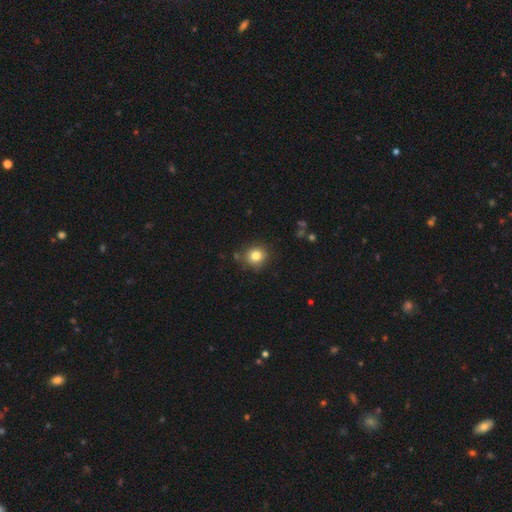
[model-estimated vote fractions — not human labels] Smooth or featured? smooth (82%)
How rounded? round (87%)
Merging? none (82%)